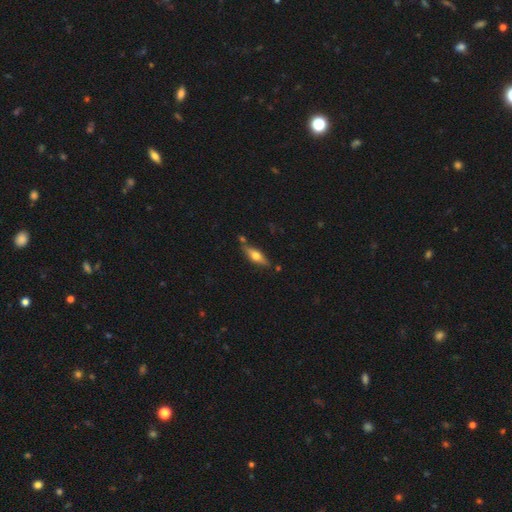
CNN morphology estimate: smooth-or-featured: featured or disk: 55% | smooth: 39% | star or artifact: 6%
  disk-edge-on: yes: 90% | no: 10%
  merging: none: 74% | minor disturbance: 14% | merger: 8% | major disturbance: 3%